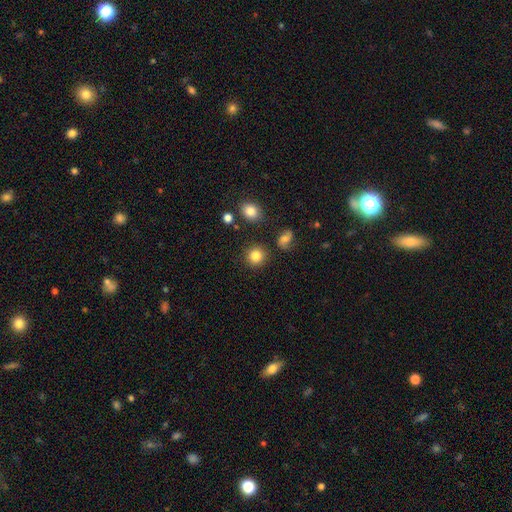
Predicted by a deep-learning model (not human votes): This appears to be a smooth galaxy with no disk features (84%) that is round (90%). Merging: none (86%).